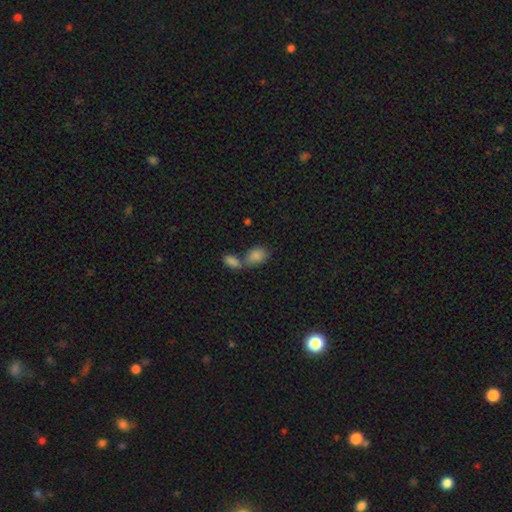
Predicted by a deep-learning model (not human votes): Morphology: type=smooth (82%); roundness=in between (80%); merging=merger (55%).